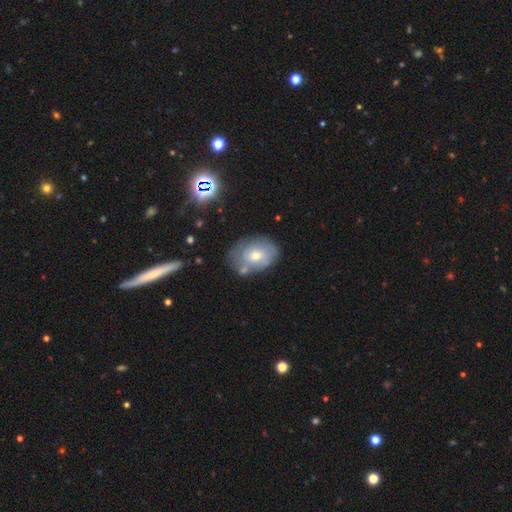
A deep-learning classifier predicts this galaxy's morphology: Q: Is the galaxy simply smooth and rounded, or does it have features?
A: smooth — 53%.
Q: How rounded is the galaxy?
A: in between — 67%.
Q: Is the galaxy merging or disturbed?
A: none — 61%.